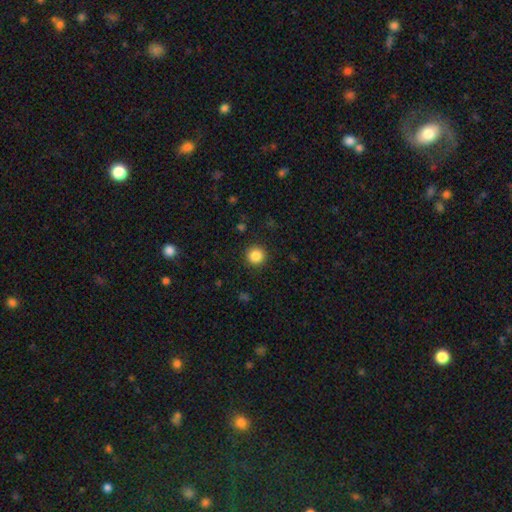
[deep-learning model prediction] This appears to be a smooth galaxy with no disk features (85%) that is round (95%). Merging: none (91%).